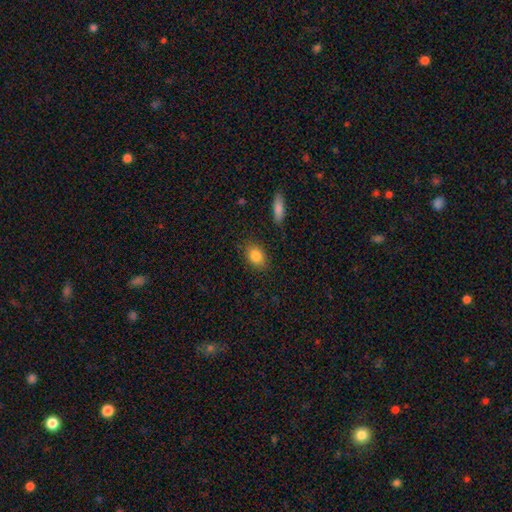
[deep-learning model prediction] Smooth or featured: smooth — 84% (star or artifact — 9%)
How rounded: in between — 72% (round — 26%)
Merging: none — 85% (minor disturbance — 11%)